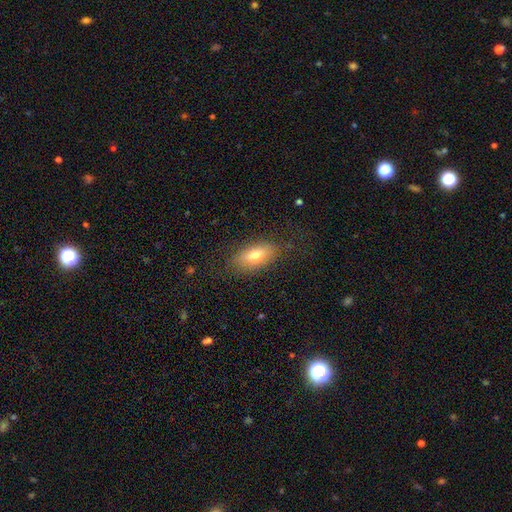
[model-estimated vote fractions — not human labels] Morphology: type=smooth (74%); roundness=in between (87%); merging=none (80%).